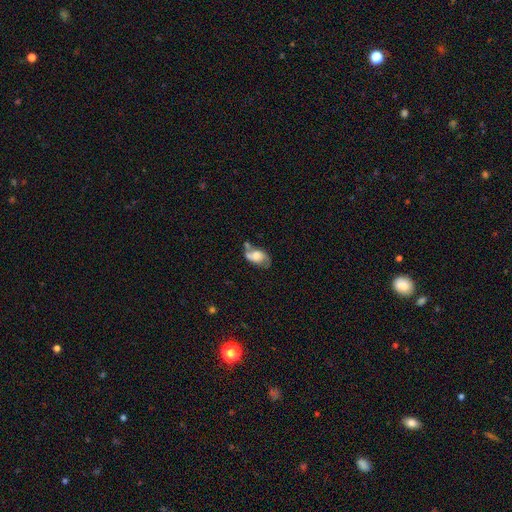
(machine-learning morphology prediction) type=featured or disk (57%); edge-on=no (94%); bar=no (61%); spiral arms=yes (81%); bulge=moderate (32%, tied with large); merging=none (38%).